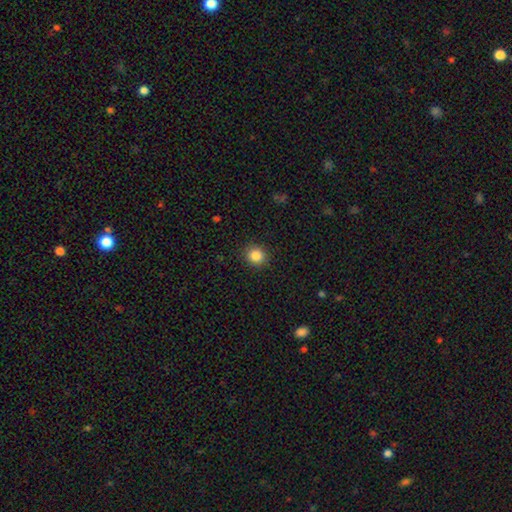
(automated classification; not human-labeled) Smooth or featured?
  - smooth: 85% *
  - star or artifact: 11%
  - featured or disk: 4%
How rounded?
  - round: 84% *
  - in between: 15%
  - cigar-shaped: 1%
Merging?
  - none: 90% *
  - minor disturbance: 7%
  - major disturbance: 2%
  - merger: 1%